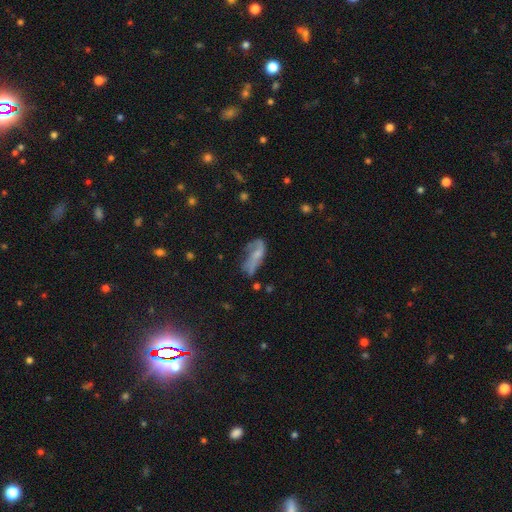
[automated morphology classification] type=featured or disk (50%); merging=none (35%).